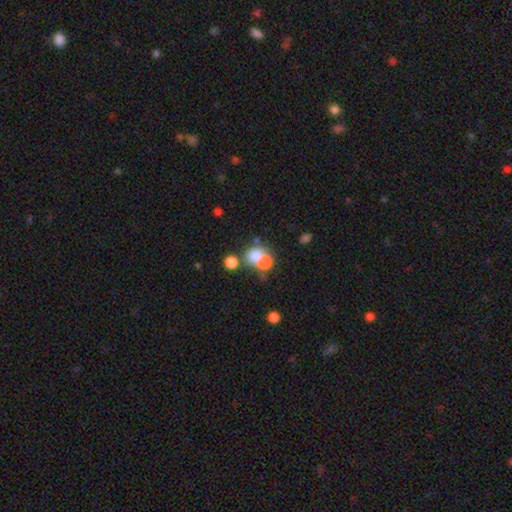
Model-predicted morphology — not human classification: Smooth or featured?
  - smooth: 71% *
  - featured or disk: 15%
  - star or artifact: 14%
How rounded?
  - round: 66% *
  - in between: 33%
  - cigar-shaped: 1%
Merging?
  - merger: 52% *
  - none: 34%
  - minor disturbance: 8%
  - major disturbance: 6%